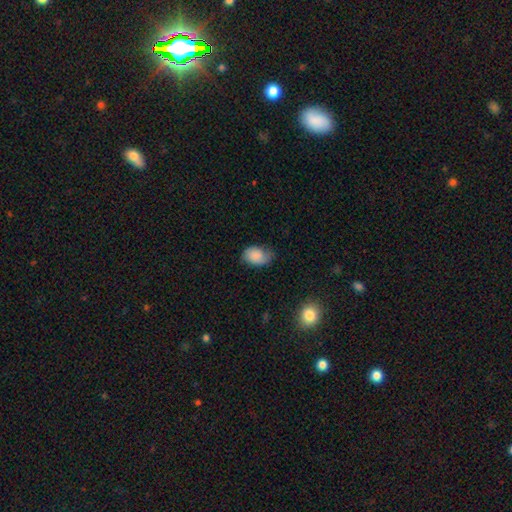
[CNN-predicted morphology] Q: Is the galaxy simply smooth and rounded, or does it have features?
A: smooth — 79%.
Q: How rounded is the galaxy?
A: in between — 83%.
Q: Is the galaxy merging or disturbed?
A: none — 57%.